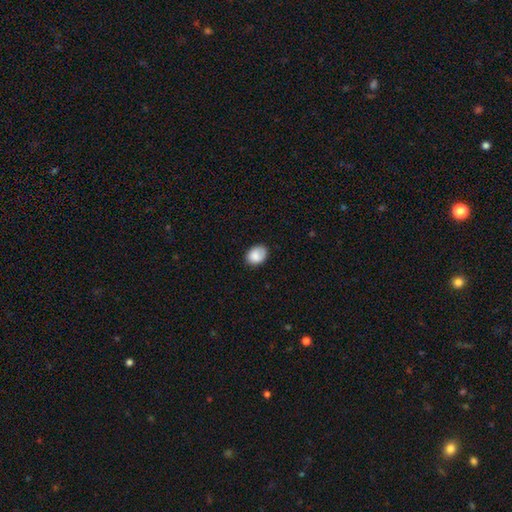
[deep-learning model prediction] smooth-or-featured: smooth: 85% | featured or disk: 8% | star or artifact: 7%
  how-rounded: in between: 68% | round: 31% | cigar-shaped: 1%
  merging: none: 73% | minor disturbance: 21% | major disturbance: 4% | merger: 1%